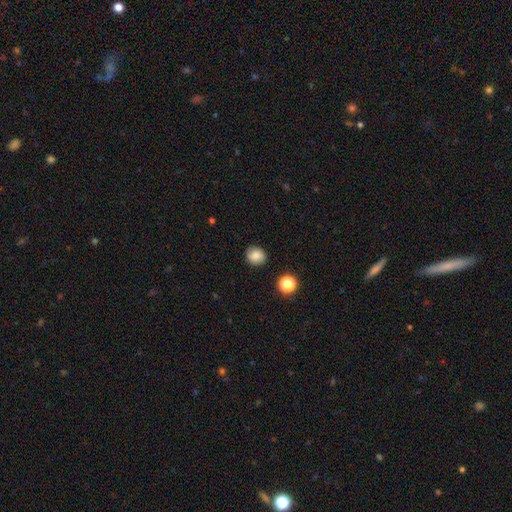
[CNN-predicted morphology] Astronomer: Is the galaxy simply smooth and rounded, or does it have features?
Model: smooth — 78%.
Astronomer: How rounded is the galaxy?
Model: round — 81%.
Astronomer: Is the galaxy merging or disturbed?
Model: none — 86%.